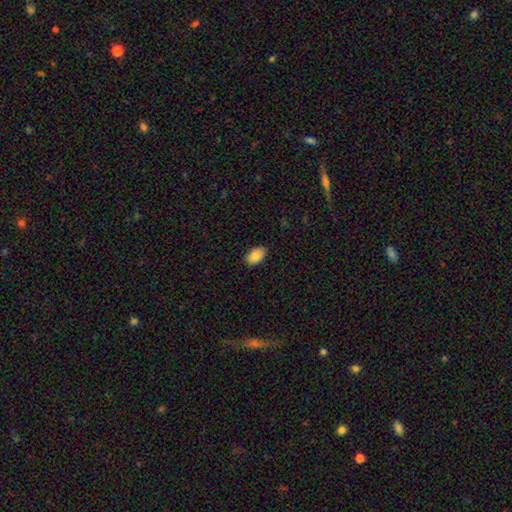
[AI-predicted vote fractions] smooth_or_featured: smooth (p=0.87) [alt: star or artifact p=0.07]
how_rounded: in between (p=0.93) [alt: round p=0.06]
merging: none (p=0.87) [alt: minor disturbance p=0.10]